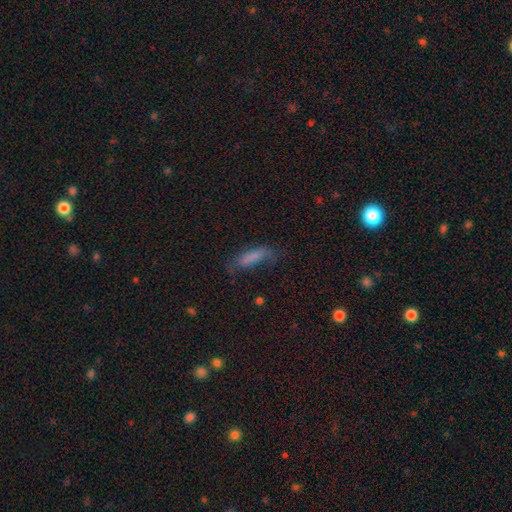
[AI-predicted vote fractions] A smooth galaxy with no disk features (71%) that is cigar-shaped (58%). Merging: none (45%).